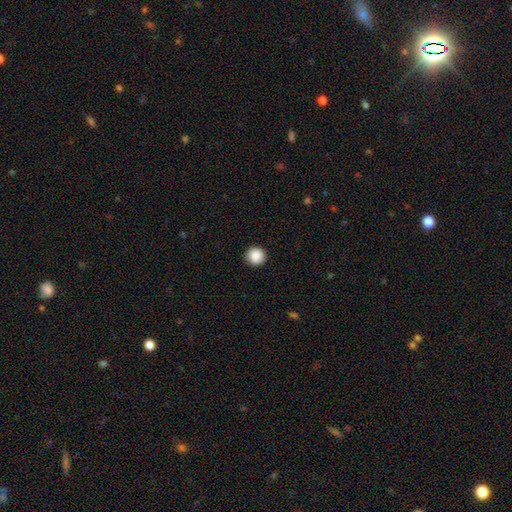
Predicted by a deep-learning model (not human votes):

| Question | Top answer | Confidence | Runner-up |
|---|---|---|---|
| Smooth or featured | smooth | 89% | star or artifact (9%) |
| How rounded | round | 96% | in between (3%) |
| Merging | none | 91% | minor disturbance (6%) |